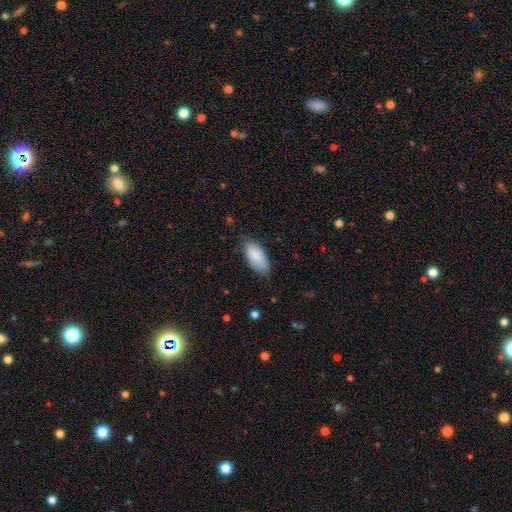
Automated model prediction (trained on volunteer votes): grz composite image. It shows a smooth galaxy with no disk features (85%) that is in between round and cigar-shaped (92%). Merging: none (65%).